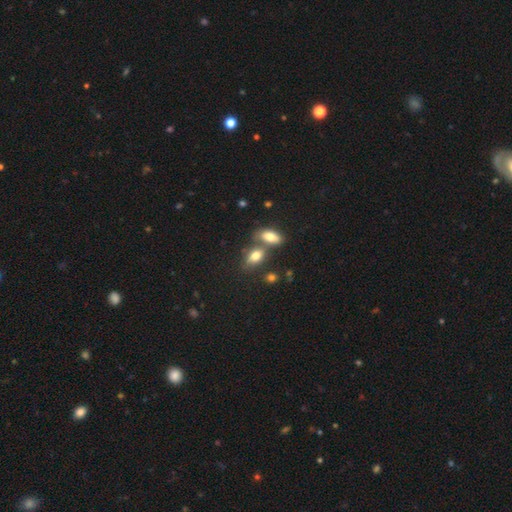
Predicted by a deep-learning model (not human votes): Smooth or featured? Predicted: smooth (p=0.79). How rounded? Predicted: in between (p=0.85). Merging? Predicted: none (p=0.45).